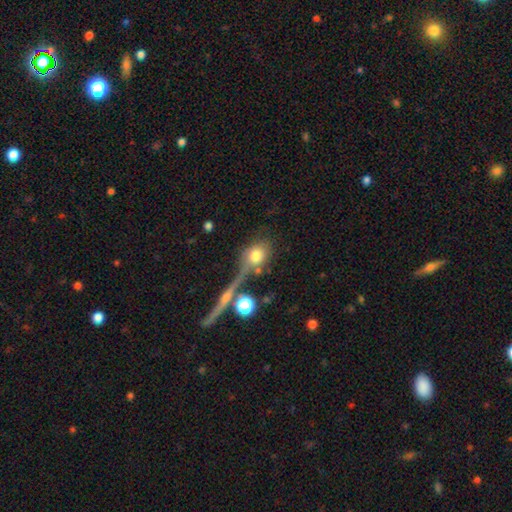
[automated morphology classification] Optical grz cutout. It shows a smooth galaxy with no disk features (70%) that is round (60%). Merging: none (50%).